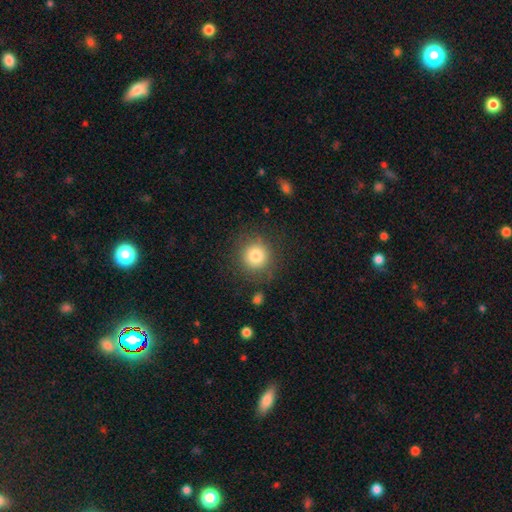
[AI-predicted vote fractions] smooth-or-featured: smooth: 81% | star or artifact: 11% | featured or disk: 9%
  how-rounded: round: 92% | in between: 7% | cigar-shaped: 1%
  merging: none: 82% | minor disturbance: 11% | major disturbance: 4% | merger: 2%